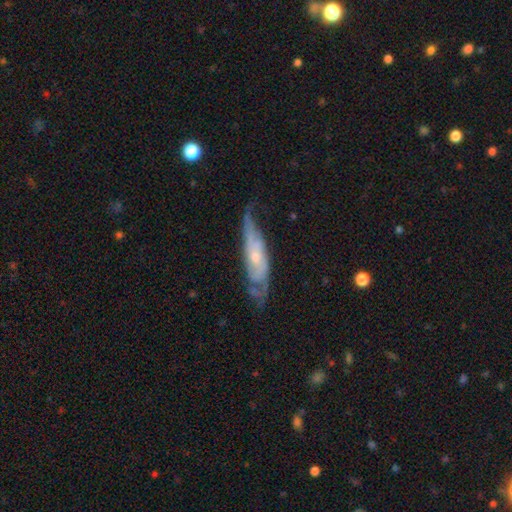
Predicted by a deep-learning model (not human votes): Overall: featured or disk (75%). Edge-on disk: no (73%). Bar: no (69%). Spiral arms: yes (87%). Bulge size: small (56%; moderate 37%). Merging: none (57%; minor disturbance 28%).